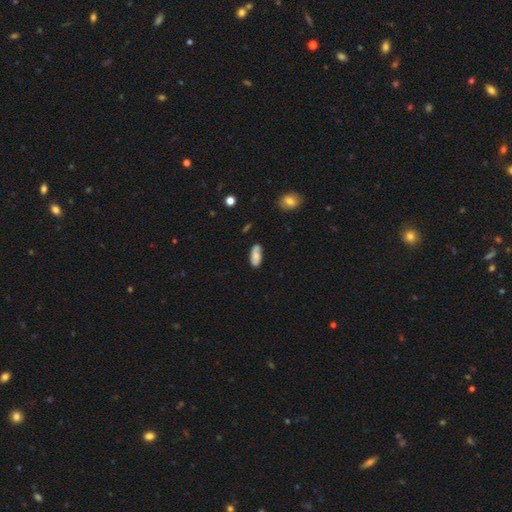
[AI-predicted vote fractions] smooth_or_featured: smooth (p=0.71) [alt: featured or disk p=0.22]
how_rounded: in between (p=0.87) [alt: cigar-shaped p=0.11]
merging: none (p=0.69) [alt: minor disturbance p=0.22]